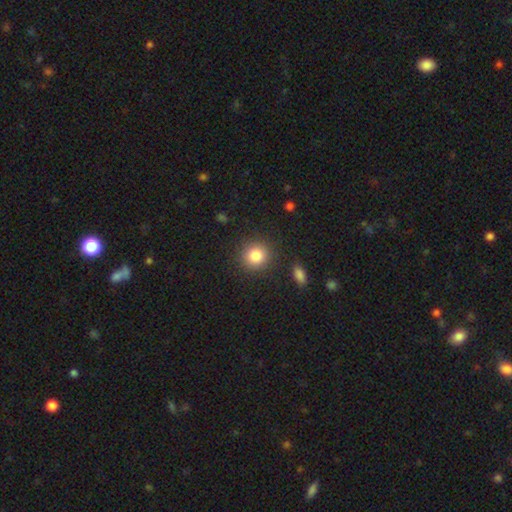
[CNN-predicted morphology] smooth 84%, star or artifact 10%, featured or disk 6%. Down the decision tree: how rounded — round (90%); merging — none (88%).